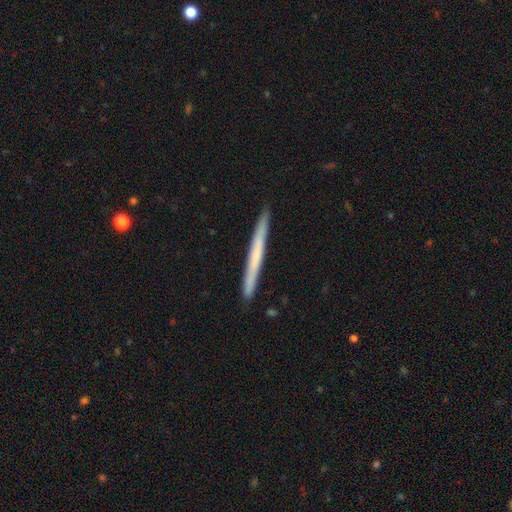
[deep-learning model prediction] The model was most divided on "smooth or featured": smooth: 53%, featured or disk: 42%, star or artifact: 6%. More confident: how rounded — cigar-shaped (98%); merging — none (92%).